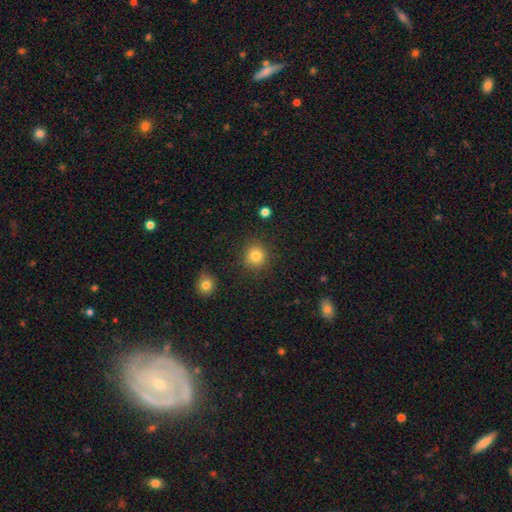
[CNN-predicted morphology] Q: Smooth or featured?
A: smooth (83%); runner-up: star or artifact (11%)
Q: How rounded?
A: round (90%); runner-up: in between (9%)
Q: Merging?
A: none (87%); runner-up: minor disturbance (8%)